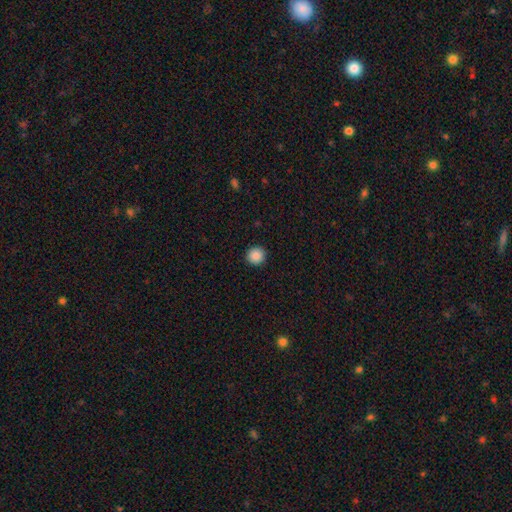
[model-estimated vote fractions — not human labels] The model was most divided on "smooth or featured": smooth: 89%, star or artifact: 9%, featured or disk: 3%. More confident: how rounded — round (93%); merging — none (92%).